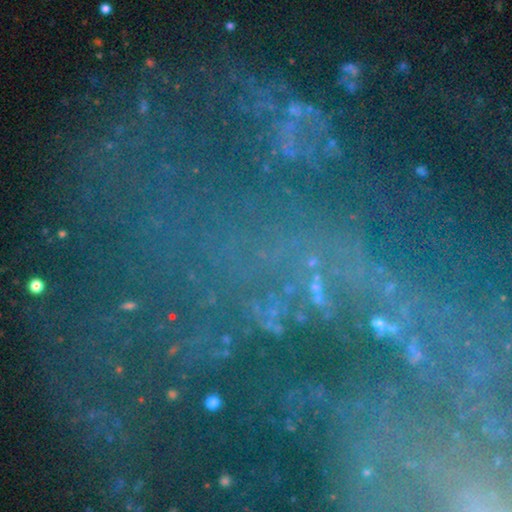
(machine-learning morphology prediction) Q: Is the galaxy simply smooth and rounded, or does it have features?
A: star or artifact — 69%.